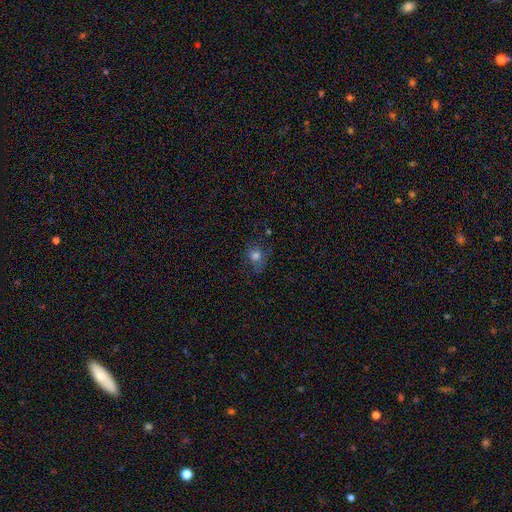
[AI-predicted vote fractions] Smooth or featured?
  - smooth: 74% *
  - star or artifact: 15%
  - featured or disk: 11%
How rounded?
  - round: 66% *
  - in between: 33%
  - cigar-shaped: 1%
Merging?
  - none: 66% *
  - minor disturbance: 22%
  - major disturbance: 10%
  - merger: 2%